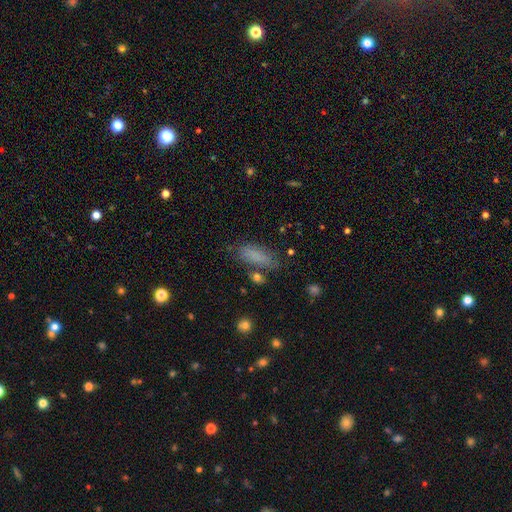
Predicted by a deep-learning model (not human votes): Smooth or featured? Predicted: smooth (p=0.79). How rounded? Predicted: in between (p=0.68). Merging? Predicted: none (p=0.71).